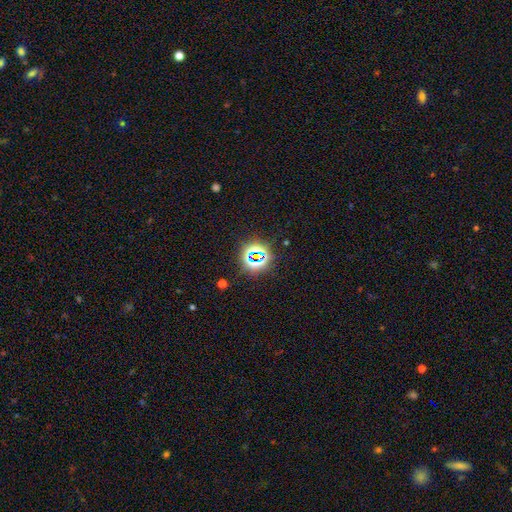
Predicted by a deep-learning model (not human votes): A star or artifact, not a galaxy (73%).